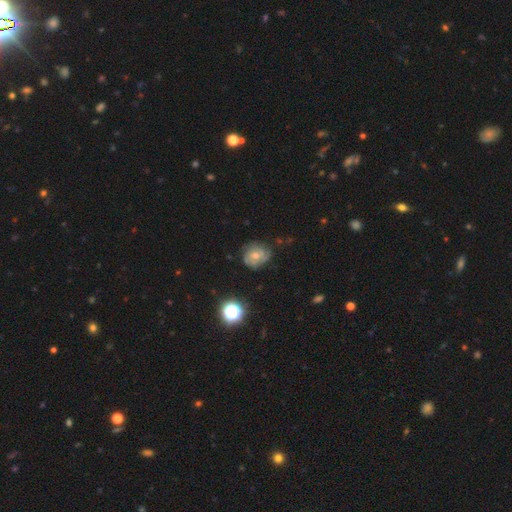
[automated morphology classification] A featured or disk galaxy (51%).

Vote fractions:
- Smooth or featured? featured or disk: 51% / smooth: 37% / star or artifact: 13%
- Edge-on disk? no: 97% / yes: 3%
- Merging? none: 67% / minor disturbance: 23% / major disturbance: 8% / merger: 2%